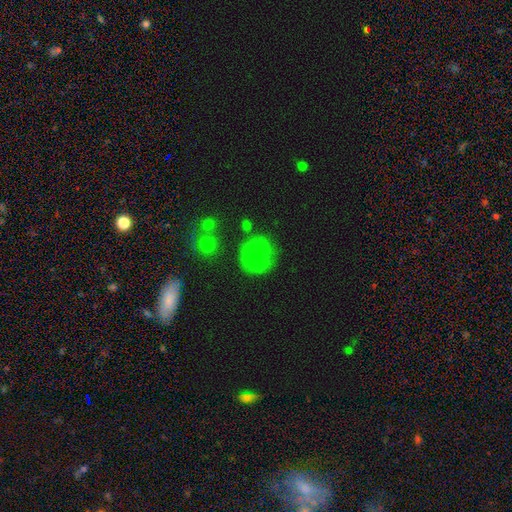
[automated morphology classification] type=smooth (72%); roundness=round (84%); merging=none (65%).